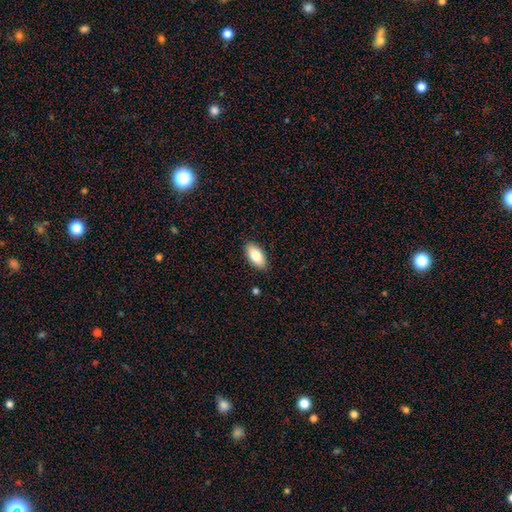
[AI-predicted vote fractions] Morphology: type=smooth (82%); roundness=in between (92%); merging=none (88%).